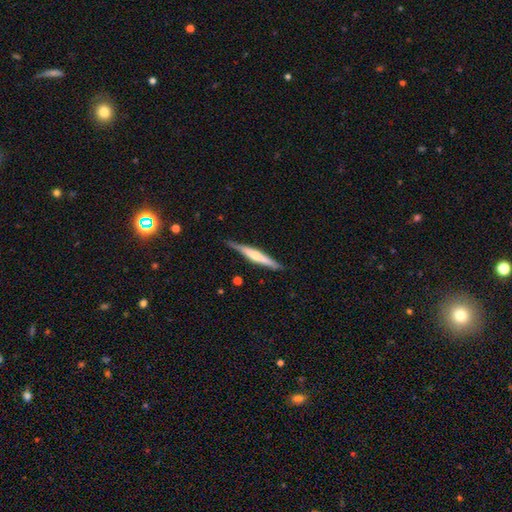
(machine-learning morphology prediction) type=featured or disk (56%); edge-on=yes (96%); edge-on bulge=rounded (65%); merging=none (83%).